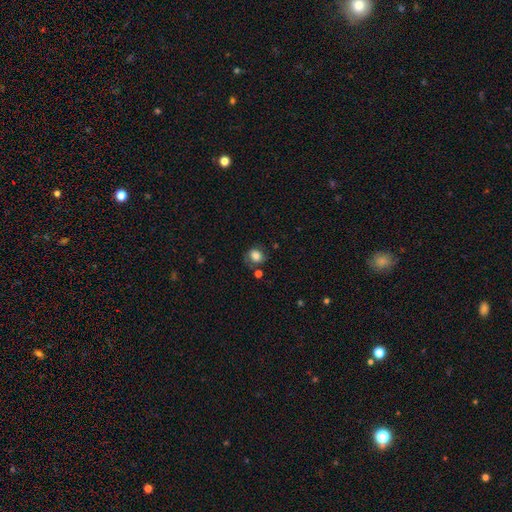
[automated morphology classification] This is likely a smooth galaxy (75%). How rounded: likely round (61%). Merging: possibly none (57%).